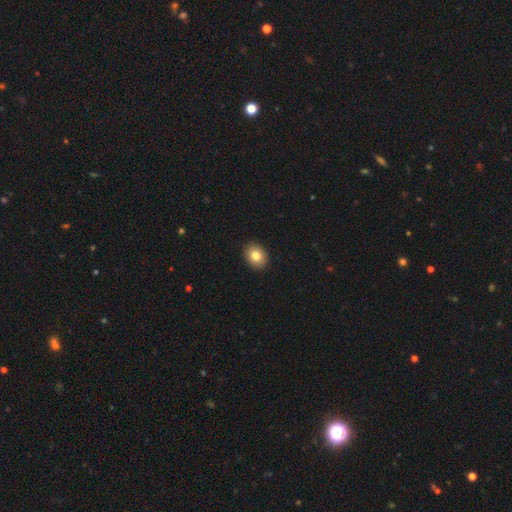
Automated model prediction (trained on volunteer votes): smooth-or-featured: smooth: 82% | star or artifact: 9% | featured or disk: 9%
  how-rounded: in between: 52% | round: 47% | cigar-shaped: 1%
  merging: none: 92% | minor disturbance: 6% | major disturbance: 2% | merger: 1%